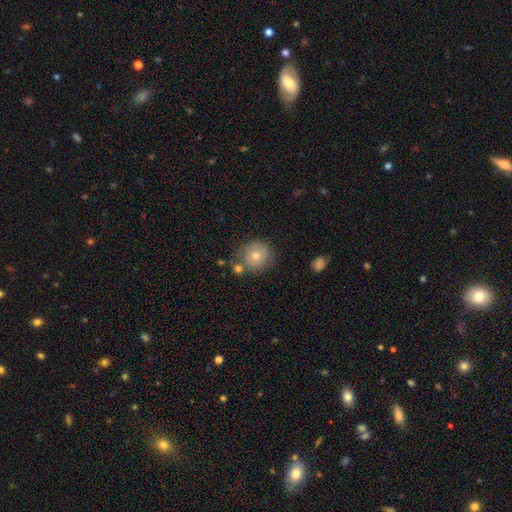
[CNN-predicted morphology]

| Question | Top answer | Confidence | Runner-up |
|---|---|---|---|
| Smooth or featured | smooth | 73% | featured or disk (17%) |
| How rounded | round | 91% | in between (8%) |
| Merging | none | 72% | minor disturbance (14%) |